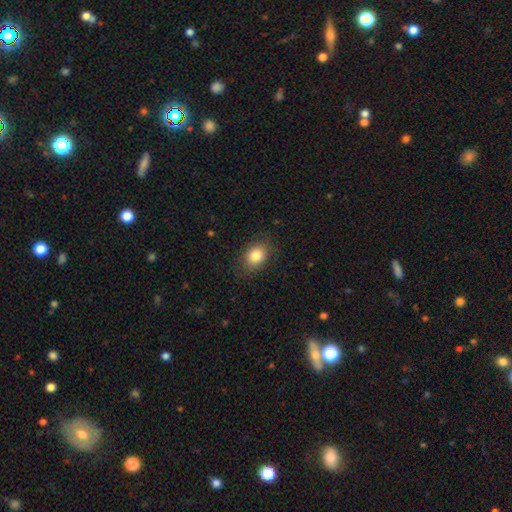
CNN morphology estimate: smooth_or_featured: smooth (p=0.83) [alt: star or artifact p=0.09]
how_rounded: in between (p=0.64) [alt: round p=0.35]
merging: none (p=0.83) [alt: minor disturbance p=0.13]